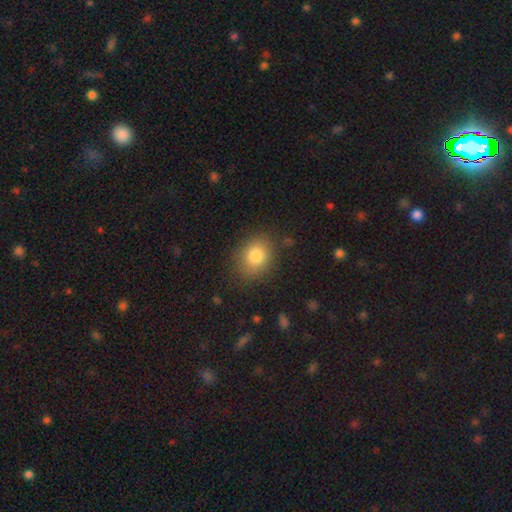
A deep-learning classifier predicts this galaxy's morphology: This appears to be a smooth galaxy with no disk features (82%) that is round (58%). Merging: none (82%).